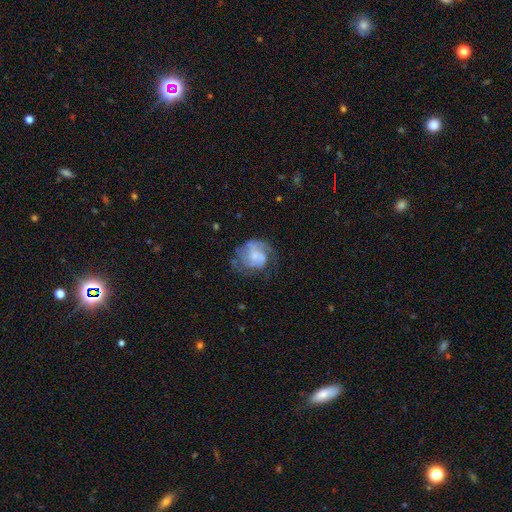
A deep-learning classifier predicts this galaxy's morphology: A featured or disk galaxy (68%) with no bar (66%), 2 (44%) tight (42%) spiral arms (85%) and a small central bulge (50%).

Vote fractions:
- Smooth or featured? featured or disk: 68% / smooth: 25% / star or artifact: 7%
- Edge-on disk? no: 98% / yes: 2%
- Bar? no: 66% / weak: 30% / strong: 5%
- Spiral arms? yes: 85% / no: 15%
- Spiral winding? tight: 42% / medium: 40% / loose: 18%
- Spiral arm count? 2: 44% / can't tell: 28% / 3: 11% / 1: 11% / 4: 3% / more than 4: 3%
- Bulge size? small: 50% / moderate: 30% / none: 13% / large: 5% / dominant: 1%
- Merging? none: 54% / minor disturbance: 23% / major disturbance: 21% / merger: 2%